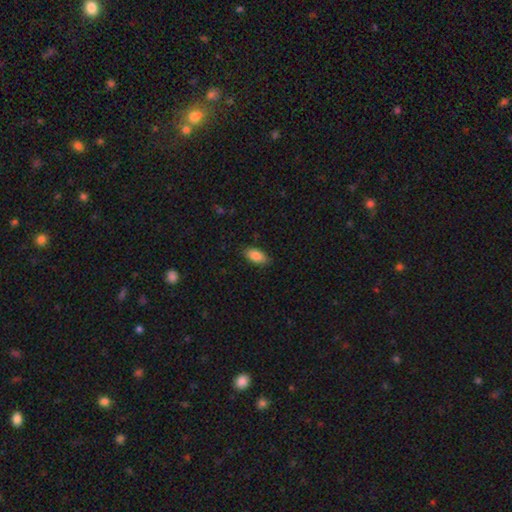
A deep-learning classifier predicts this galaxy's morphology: Smooth or featured?
  - smooth: 87% *
  - star or artifact: 7%
  - featured or disk: 6%
How rounded?
  - in between: 91% *
  - cigar-shaped: 7%
  - round: 3%
Merging?
  - none: 85% *
  - minor disturbance: 11%
  - major disturbance: 2%
  - merger: 1%